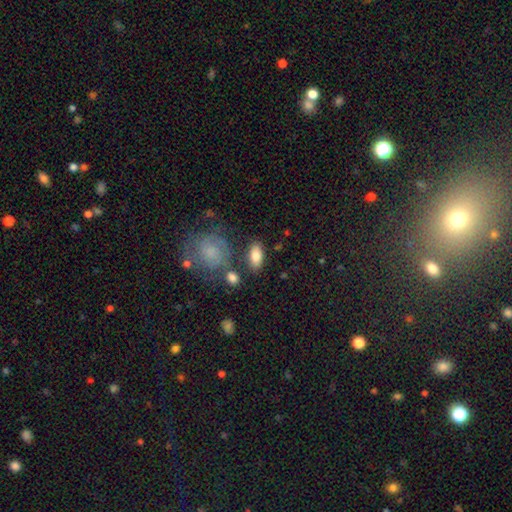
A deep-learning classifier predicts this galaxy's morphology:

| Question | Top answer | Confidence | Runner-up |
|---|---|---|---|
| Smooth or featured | smooth | 81% | featured or disk (12%) |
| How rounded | in between | 89% | cigar-shaped (6%) |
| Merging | none | 77% | minor disturbance (12%) |